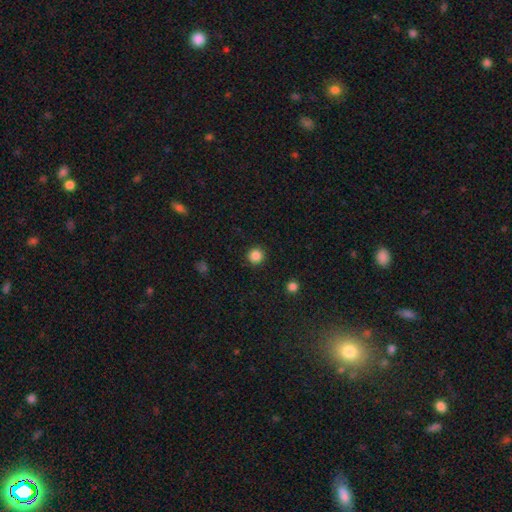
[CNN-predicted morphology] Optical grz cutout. It shows a smooth galaxy with no disk features (85%) that is round (95%). Merging: none (92%).